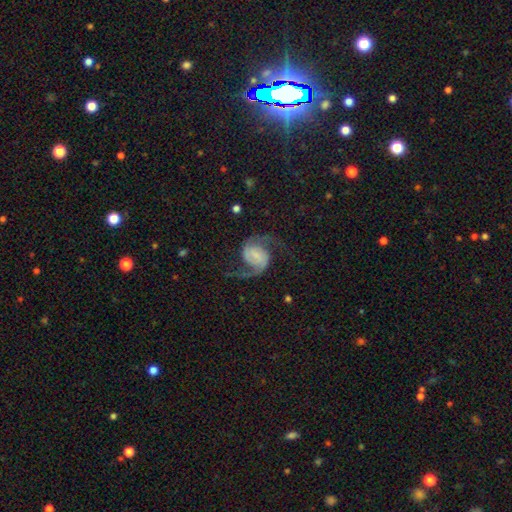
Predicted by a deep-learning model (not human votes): featured or disk 89%, smooth 6%, star or artifact 5%. Down the decision tree: edge-on disk — no (98%); bar — no (50%); spiral arms — yes (98%); spiral arm count — 2 (94%); spiral winding — loose (53%); bulge size — small (46%); merging — none (75%).